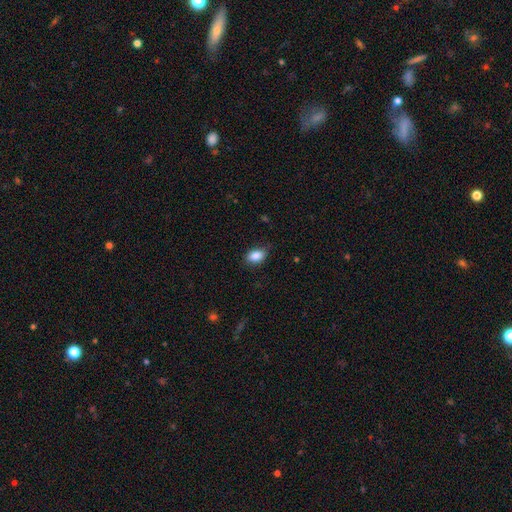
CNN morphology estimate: smooth 87%, star or artifact 8%, featured or disk 5%. Down the decision tree: how rounded — in between (85%); merging — none (78%).